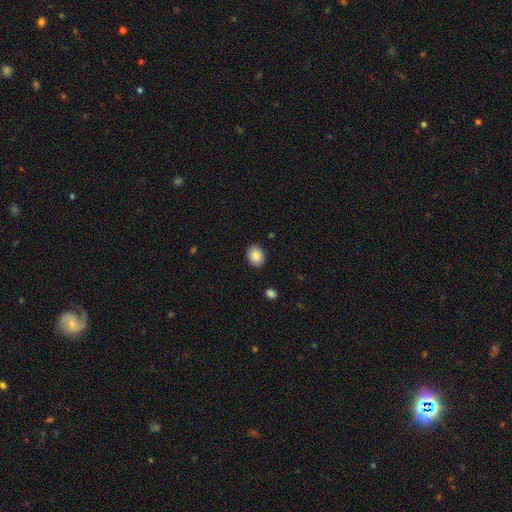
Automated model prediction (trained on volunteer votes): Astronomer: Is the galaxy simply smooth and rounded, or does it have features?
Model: smooth — 88%.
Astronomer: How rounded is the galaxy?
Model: in between — 50% (runner-up: round, 49%).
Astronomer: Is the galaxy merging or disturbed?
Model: none — 89%.